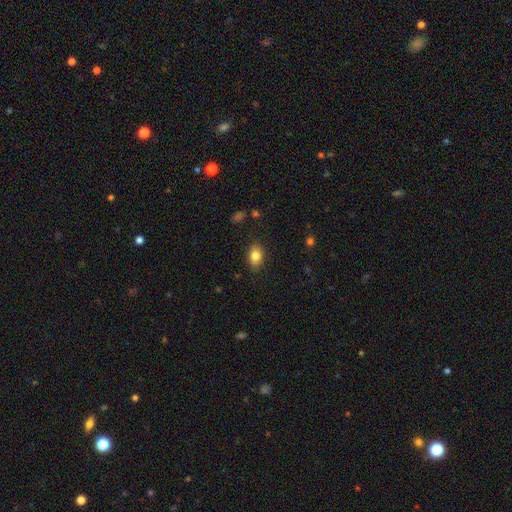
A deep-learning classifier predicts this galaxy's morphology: This appears to be a smooth galaxy with no disk features (81%) that is in between round and cigar-shaped (81%). Merging: none (85%).